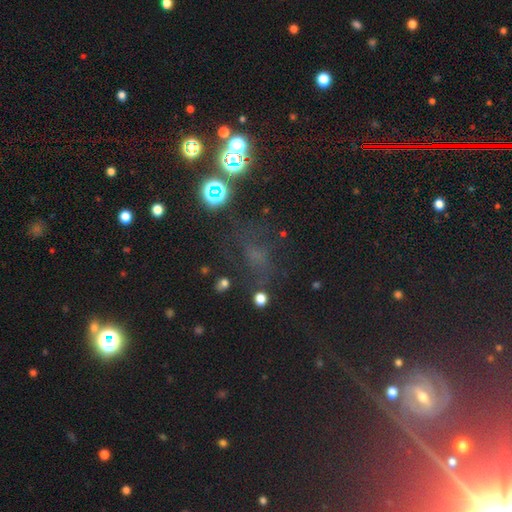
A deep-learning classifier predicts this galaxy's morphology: Smooth or featured?
  - star or artifact: 57% *
  - smooth: 30%
  - featured or disk: 13%